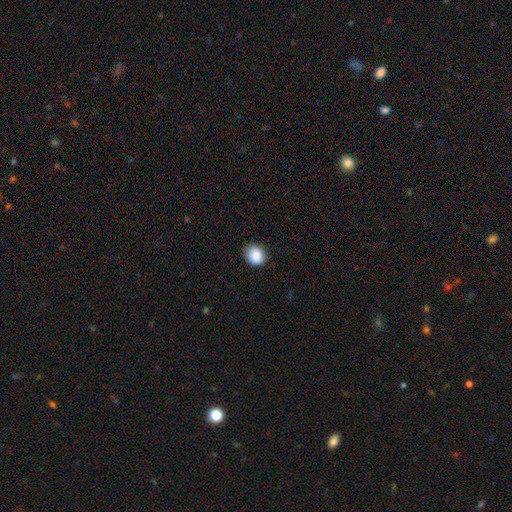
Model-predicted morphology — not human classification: type=smooth (88%); roundness=round (68%); merging=none (82%).